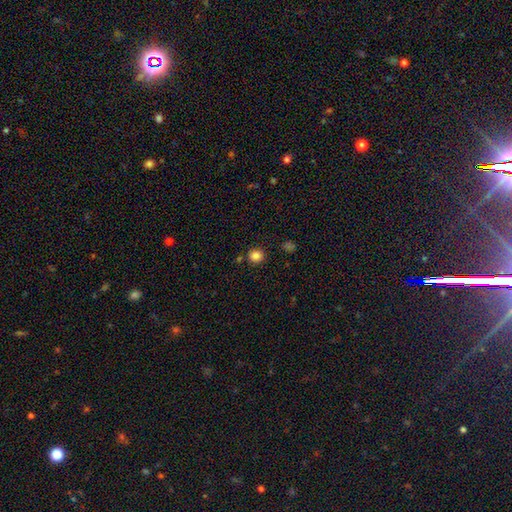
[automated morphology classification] Smooth or featured?
  - smooth: 84% *
  - star or artifact: 12%
  - featured or disk: 4%
How rounded?
  - round: 89% *
  - in between: 10%
  - cigar-shaped: 1%
Merging?
  - none: 87% *
  - minor disturbance: 7%
  - merger: 4%
  - major disturbance: 2%